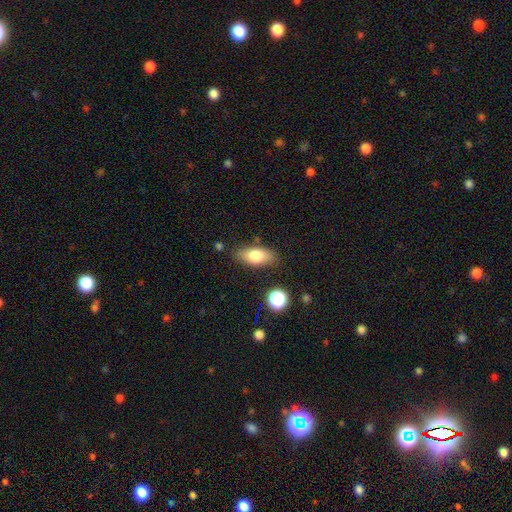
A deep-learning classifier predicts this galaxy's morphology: This is likely a smooth galaxy (77%). How rounded: clearly in between (84%). Merging: likely none (80%).